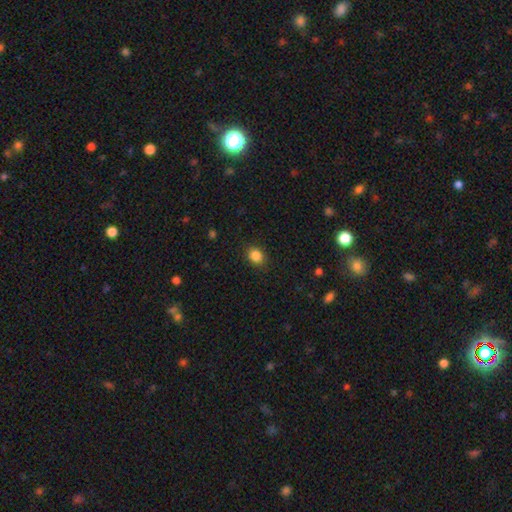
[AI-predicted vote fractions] Morphology: type=smooth (85%); roundness=round (53%); merging=none (89%).